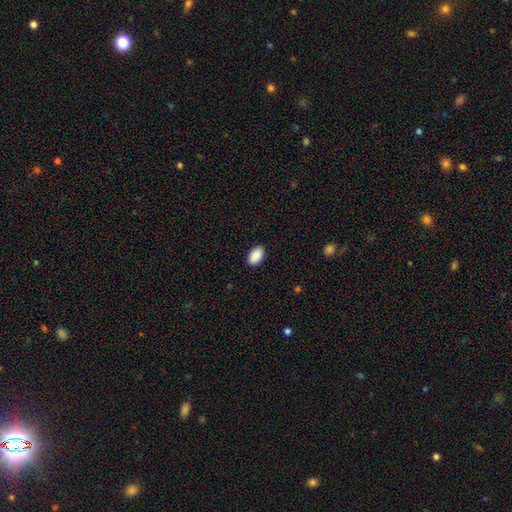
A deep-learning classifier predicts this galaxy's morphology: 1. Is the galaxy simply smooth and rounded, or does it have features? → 91% smooth, 6% star or artifact, 3% featured or disk.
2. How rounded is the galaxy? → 94% in between, 4% round, 1% cigar-shaped.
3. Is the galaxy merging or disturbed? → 89% none, 8% minor disturbance, 2% major disturbance, 1% merger.